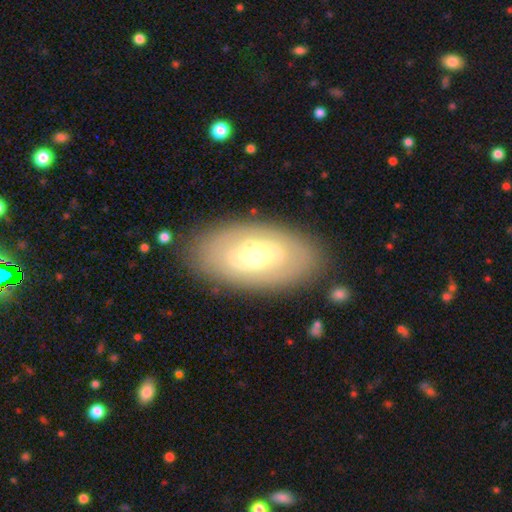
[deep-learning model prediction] A featured or disk galaxy (62%) with a weak bar (44%), spiral arms (54%) and a moderate central bulge (65%). Merging: none (84%).